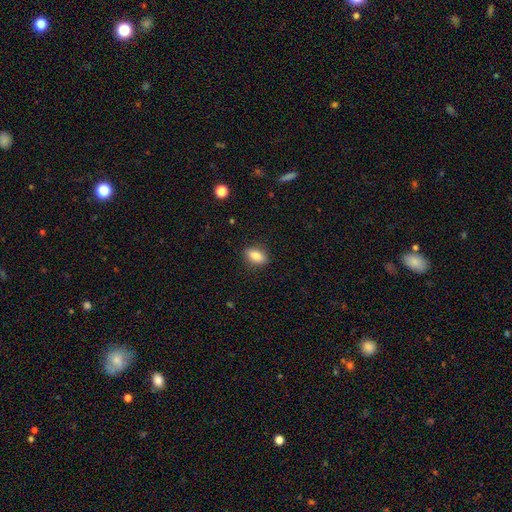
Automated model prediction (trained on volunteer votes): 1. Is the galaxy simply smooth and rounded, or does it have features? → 83% smooth, 9% featured or disk, 8% star or artifact.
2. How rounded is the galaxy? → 84% in between, 9% cigar-shaped, 7% round.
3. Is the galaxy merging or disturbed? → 86% none, 10% minor disturbance, 3% major disturbance, 1% merger.